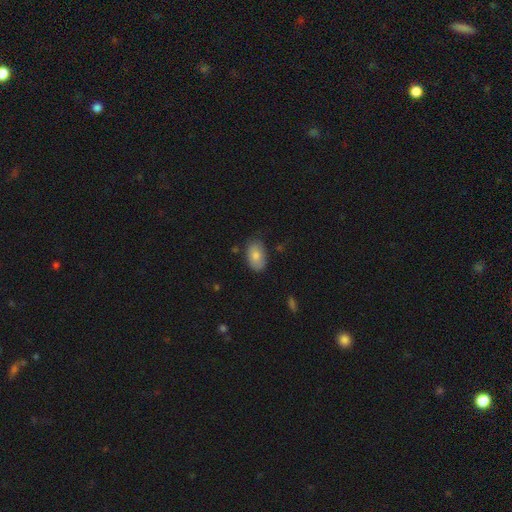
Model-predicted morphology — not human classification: smooth 80%, featured or disk 13%, star or artifact 7%. Down the decision tree: how rounded — in between (92%); merging — none (77%).